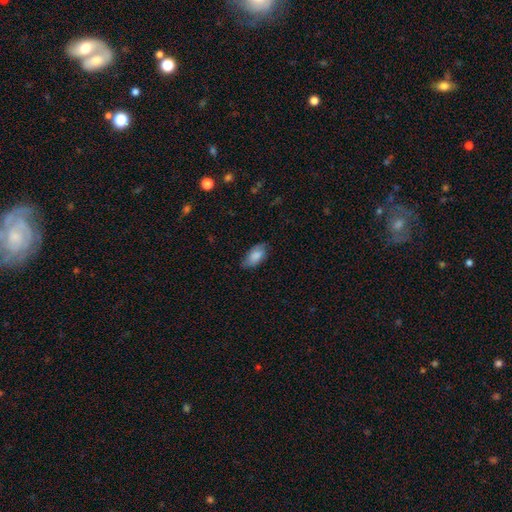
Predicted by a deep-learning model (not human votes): Morphology: type=smooth (82%); roundness=in between (92%); merging=none (70%).